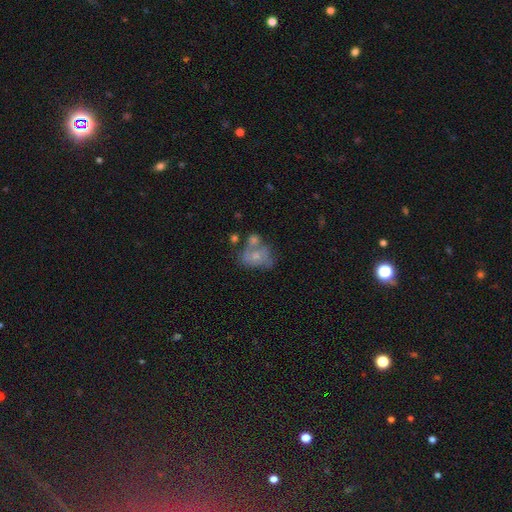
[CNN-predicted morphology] This is possibly a smooth galaxy (50%). How rounded: likely in between (66%). Merging: marginally merger (36%).